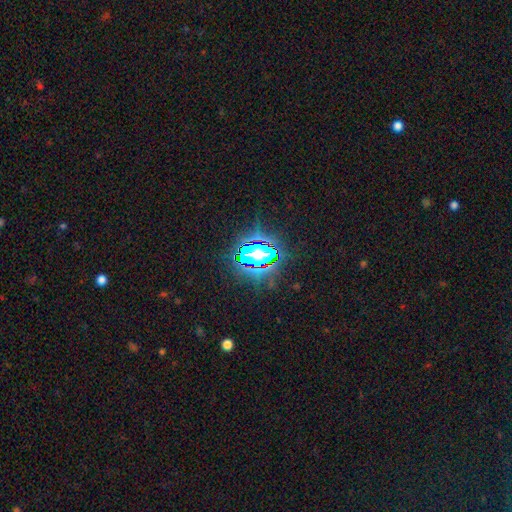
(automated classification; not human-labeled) smooth_or_featured: star or artifact (p=0.79) [alt: smooth p=0.13]